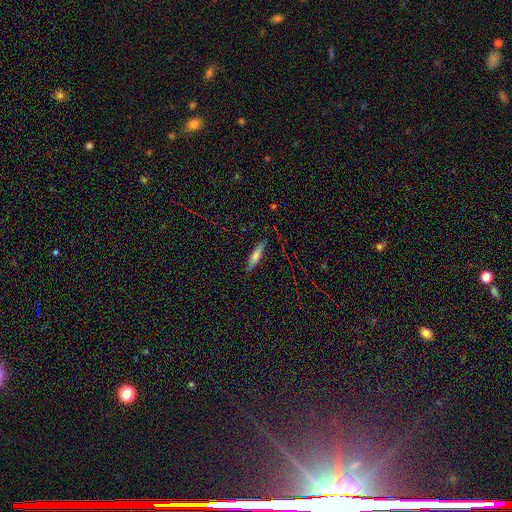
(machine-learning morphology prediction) This appears to be a smooth galaxy with no disk features (61%) that is cigar-shaped (83%). Merging: none (85%).